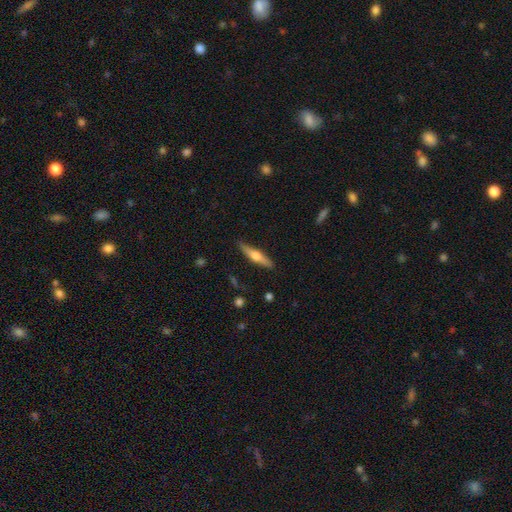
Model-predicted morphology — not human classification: Smooth or featured?
  - featured or disk: 57% *
  - smooth: 37%
  - star or artifact: 6%
Edge-on disk?
  - yes: 96% *
  - no: 4%
Edge-on bulge?
  - rounded: 91% *
  - boxy: 5%
  - none: 4%
Merging?
  - none: 88% *
  - minor disturbance: 9%
  - major disturbance: 2%
  - merger: 1%